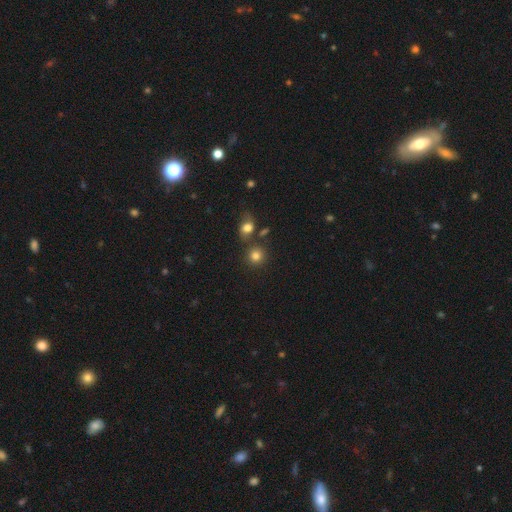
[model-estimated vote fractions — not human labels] This appears to be a smooth galaxy with no disk features (80%) that is round (88%). Merging: none (73%).